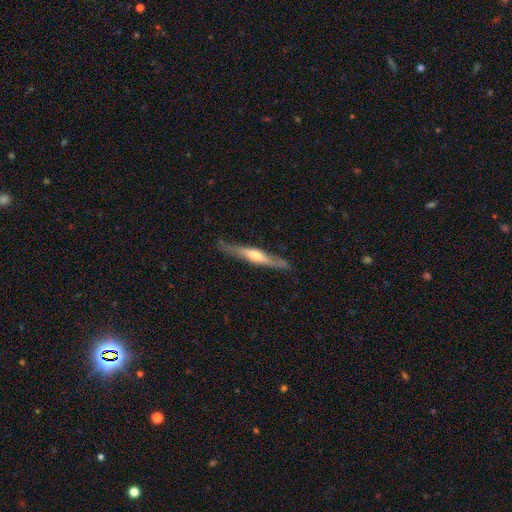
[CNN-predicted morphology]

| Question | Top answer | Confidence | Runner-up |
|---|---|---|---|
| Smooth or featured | featured or disk | 62% | smooth (33%) |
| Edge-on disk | yes | 88% | no (12%) |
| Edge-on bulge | rounded | 68% | boxy (18%) |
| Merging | none | 79% | minor disturbance (16%) |